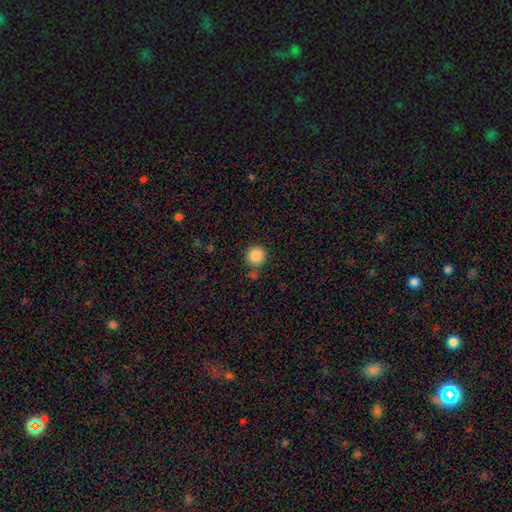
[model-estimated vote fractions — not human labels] Smooth or featured? smooth (87%)
How rounded? round (94%)
Merging? none (82%)